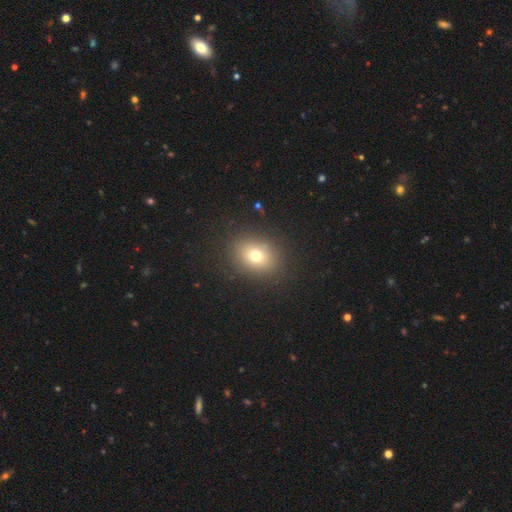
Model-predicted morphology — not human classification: Smooth or featured? Predicted: smooth (p=0.72). How rounded? Predicted: round (p=0.52). Merging? Predicted: none (p=0.86).